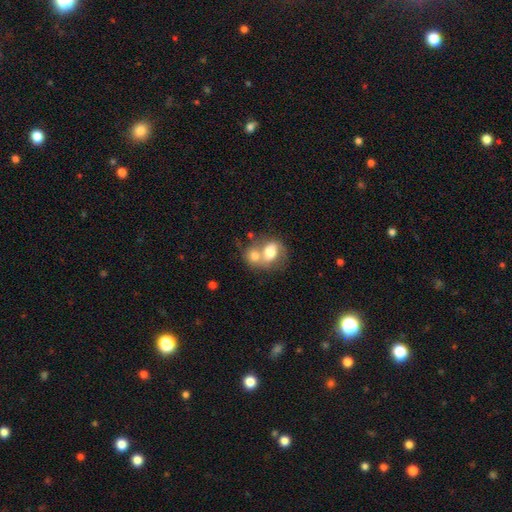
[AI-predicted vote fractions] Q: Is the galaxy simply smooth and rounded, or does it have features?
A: smooth — 58%.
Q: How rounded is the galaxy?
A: round — 54%.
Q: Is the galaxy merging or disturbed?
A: merger — 69%.